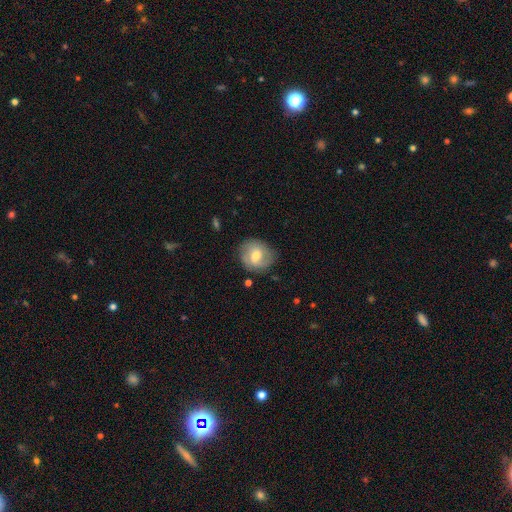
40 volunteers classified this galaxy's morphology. Overall: featured or disk (57%; smooth 38%). Edge-on disk: no (100%). Bar: no (48%; weak 35%). Spiral arms: yes (78%). Spiral arm count: 3 (39%; can't tell 33%). Spiral winding: medium (56%; tight 44%). Bulge size: moderate (61%; small 26%). Merging: none (68%).